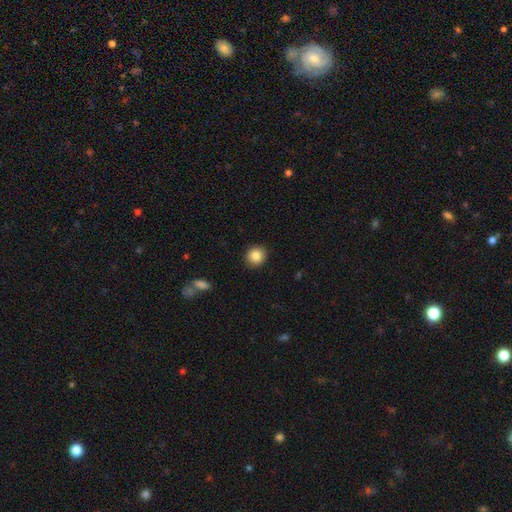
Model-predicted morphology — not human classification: A smooth galaxy with no disk features (86%) that is round (84%).

Vote fractions:
- Smooth or featured? smooth: 86% / star or artifact: 9% / featured or disk: 5%
- How rounded? round: 84% / in between: 15% / cigar-shaped: 1%
- Merging? none: 90% / minor disturbance: 7% / major disturbance: 2% / merger: 1%